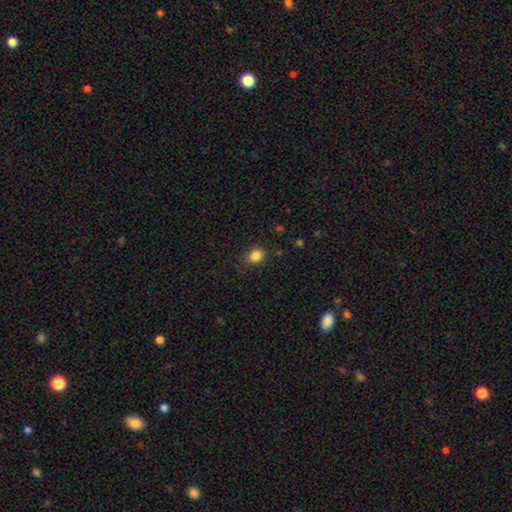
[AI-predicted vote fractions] smooth_or_featured: smooth (p=0.85) [alt: star or artifact p=0.11]
how_rounded: round (p=0.60) [alt: in between p=0.39]
merging: none (p=0.85) [alt: minor disturbance p=0.11]